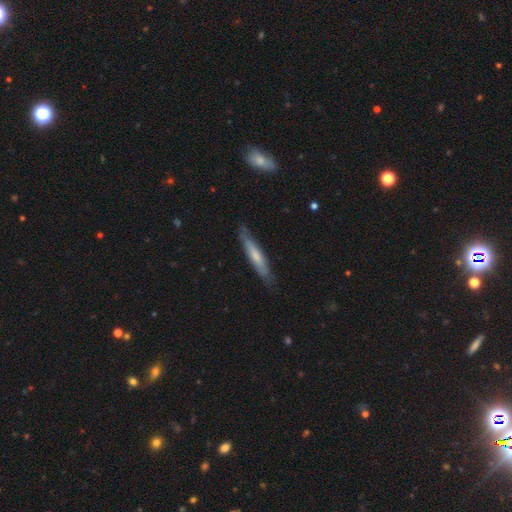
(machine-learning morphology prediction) Smooth or featured?
  - smooth: 57% *
  - featured or disk: 37%
  - star or artifact: 5%
How rounded?
  - cigar-shaped: 90% *
  - in between: 9%
  - round: 1%
Merging?
  - none: 80% *
  - minor disturbance: 16%
  - major disturbance: 3%
  - merger: 1%